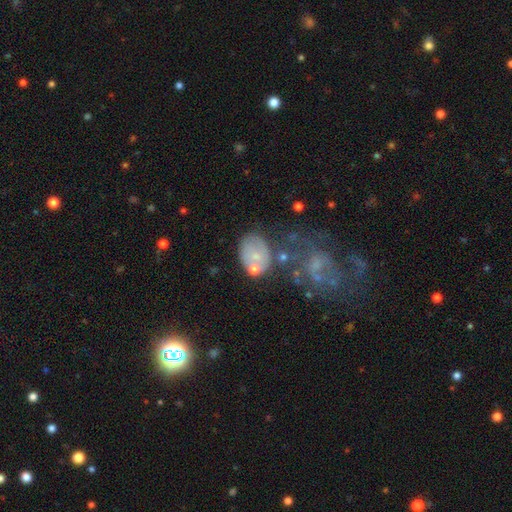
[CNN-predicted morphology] A smooth galaxy with no disk features (53%) that is in between round and cigar-shaped (63%). Merging: none (45%).